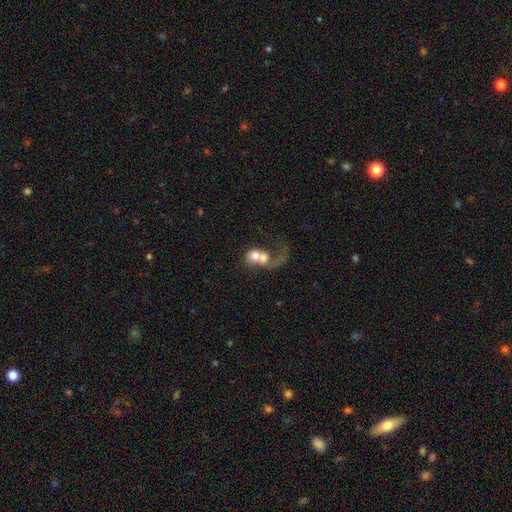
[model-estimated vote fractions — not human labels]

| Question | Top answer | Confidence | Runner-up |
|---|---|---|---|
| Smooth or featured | smooth | 49% | featured or disk (43%) |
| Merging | merger | 73% | major disturbance (13%) |